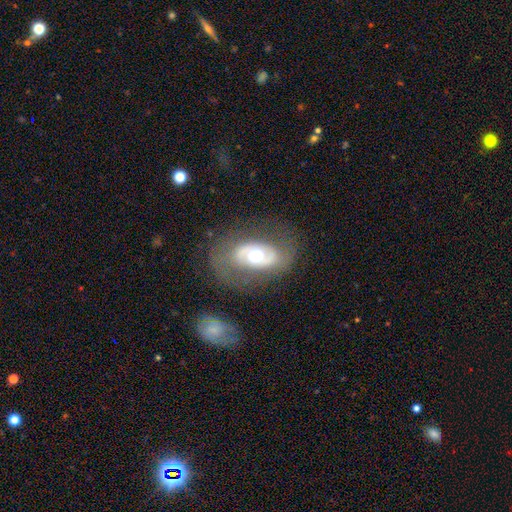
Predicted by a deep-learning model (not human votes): Morphology: type=featured or disk (68%); edge-on=no (93%); bar=no (70%); spiral arms=yes (61%); bulge=moderate (59%); merging=none (70%).